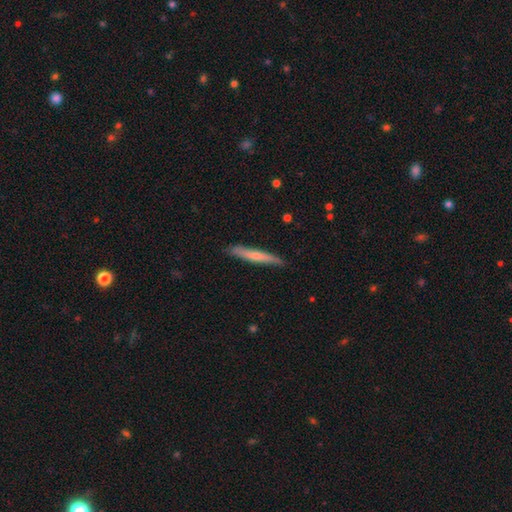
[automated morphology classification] The model was most divided on "smooth or featured": smooth: 58%, featured or disk: 37%, star or artifact: 5%. More confident: how rounded — cigar-shaped (95%); merging — none (87%).